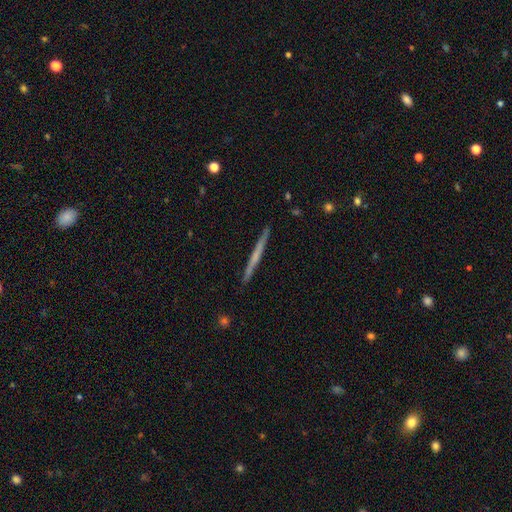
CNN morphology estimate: The model was most divided on "smooth or featured": featured or disk: 57%, smooth: 38%, star or artifact: 6%. More confident: edge-on disk — yes (98%); merging — none (92%); edge-on bulge — none (78%).